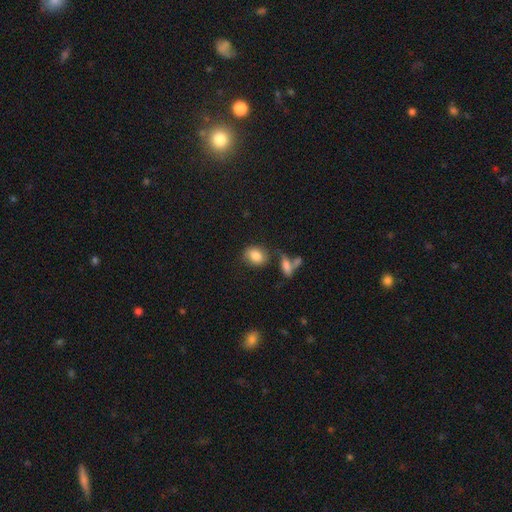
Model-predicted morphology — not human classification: The model was most divided on "how rounded": in between: 67%, round: 31%, cigar-shaped: 2%. More confident: smooth or featured — smooth (82%); merging — none (67%).